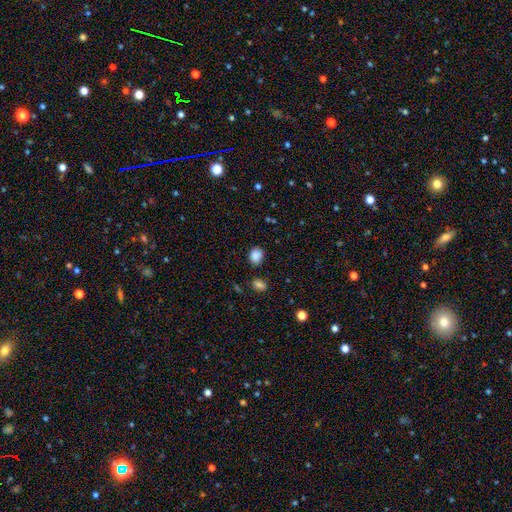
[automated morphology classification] smooth_or_featured: smooth (p=0.86) [alt: star or artifact p=0.10]
how_rounded: in between (p=0.52) [alt: round p=0.47]
merging: none (p=0.81) [alt: minor disturbance p=0.12]